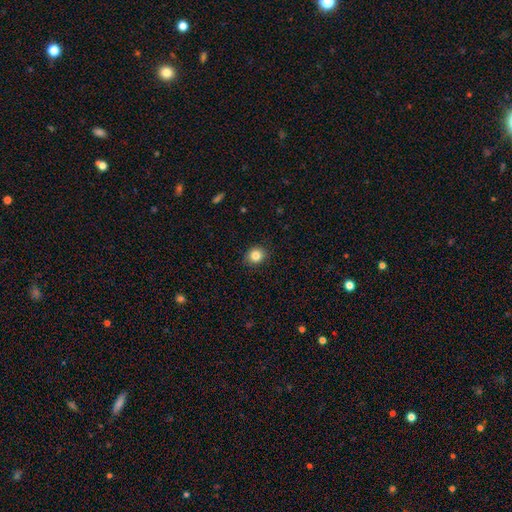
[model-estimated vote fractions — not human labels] Morphology: type=smooth (84%); roundness=round (81%); merging=none (90%).